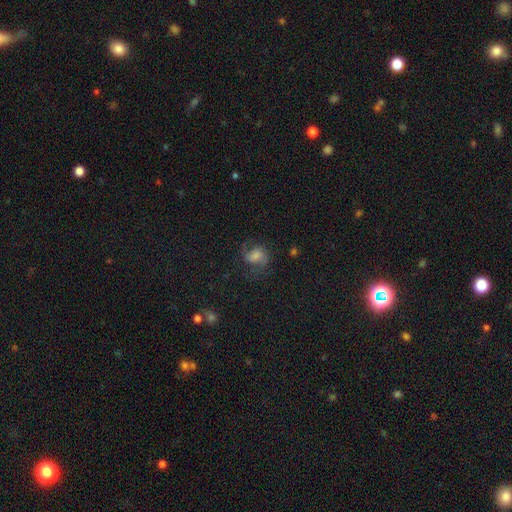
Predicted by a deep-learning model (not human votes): Smooth or featured? Predicted: featured or disk (p=0.54). Edge-on disk? Predicted: no (p=0.97). Bar? Predicted: no (p=0.46). Spiral arms? Predicted: yes (p=0.90). Bulge size? Predicted: moderate (p=0.38). Merging? Predicted: none (p=0.67).